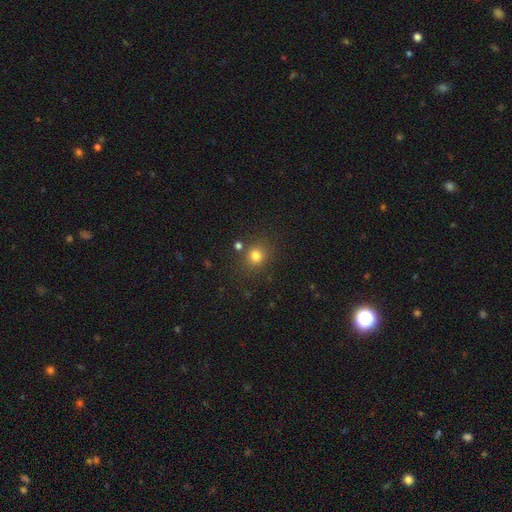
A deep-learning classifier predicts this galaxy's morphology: A smooth galaxy with no disk features (78%) that is round (82%).

Vote fractions:
- Smooth or featured? smooth: 78% / star or artifact: 16% / featured or disk: 7%
- How rounded? round: 82% / in between: 18% / cigar-shaped: 1%
- Merging? none: 79% / minor disturbance: 10% / merger: 7% / major disturbance: 4%